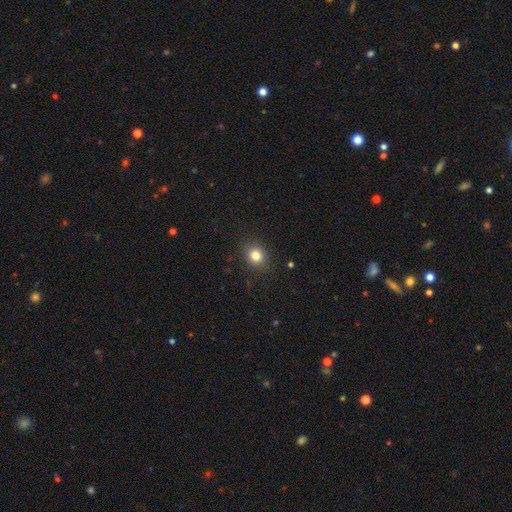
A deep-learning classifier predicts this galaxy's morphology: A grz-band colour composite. It shows a smooth galaxy with no disk features (82%) that is round (72%). Merging: none (87%).